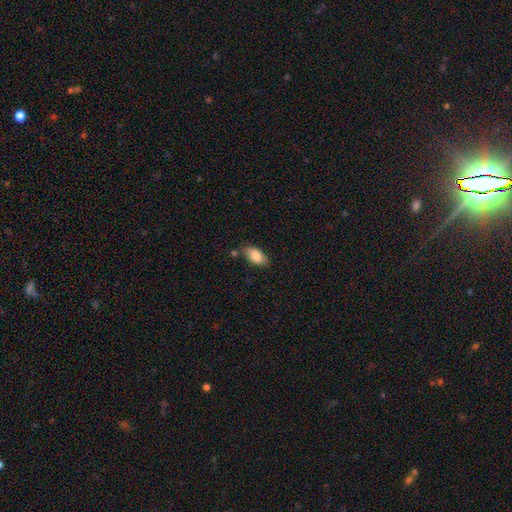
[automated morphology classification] Smooth or featured?
  - smooth: 84% *
  - featured or disk: 9%
  - star or artifact: 7%
How rounded?
  - in between: 92% *
  - cigar-shaped: 5%
  - round: 3%
Merging?
  - none: 73% *
  - minor disturbance: 17%
  - merger: 6%
  - major disturbance: 3%